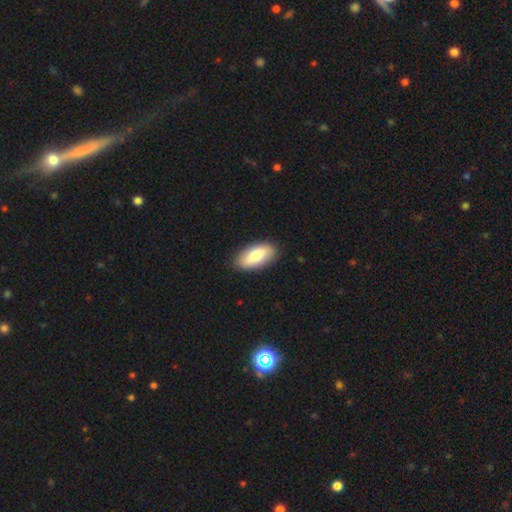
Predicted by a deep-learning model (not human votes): smooth-or-featured: smooth: 75% | featured or disk: 20% | star or artifact: 5%
  how-rounded: in between: 89% | cigar-shaped: 9% | round: 2%
  merging: none: 88% | minor disturbance: 9% | major disturbance: 2% | merger: 1%